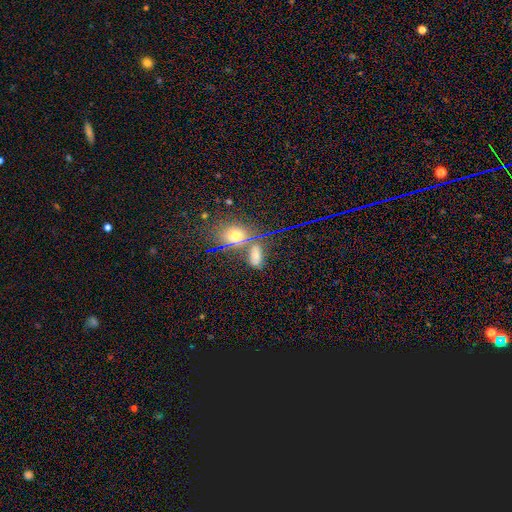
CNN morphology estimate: type=smooth (50%); roundness=in between (78%); merging=none (55%).